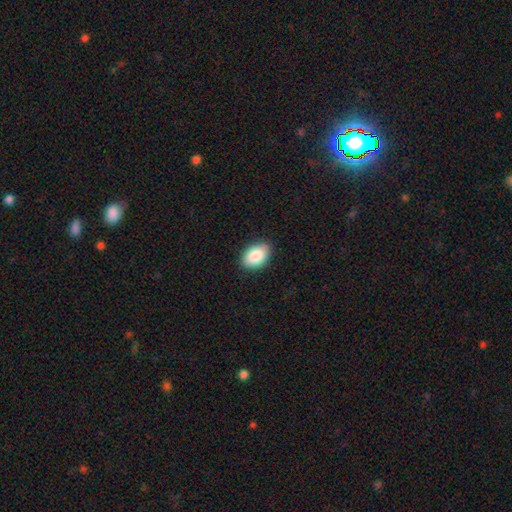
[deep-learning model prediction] smooth-or-featured: smooth: 88% | star or artifact: 7% | featured or disk: 6%
  how-rounded: in between: 91% | round: 8% | cigar-shaped: 1%
  merging: none: 88% | minor disturbance: 9% | major disturbance: 2% | merger: 1%